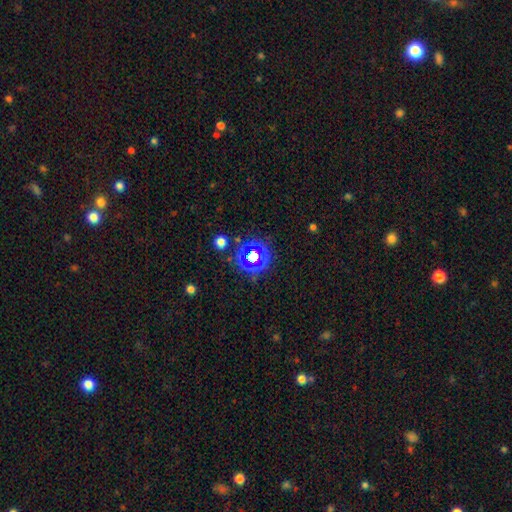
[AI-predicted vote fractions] Smooth or featured? star or artifact (64%)